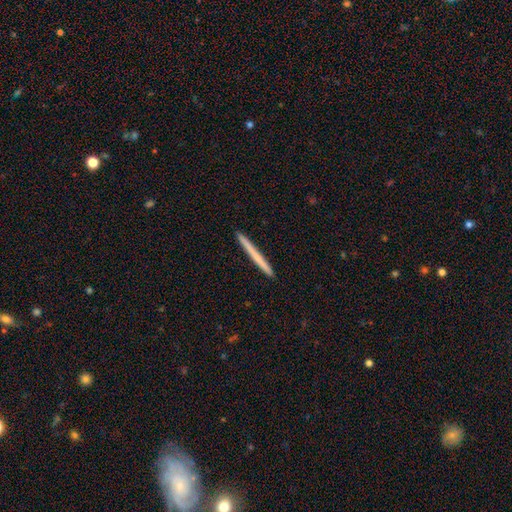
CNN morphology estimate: smooth 62%, featured or disk 32%, star or artifact 5%. Down the decision tree: how rounded — cigar-shaped (98%); merging — none (93%).